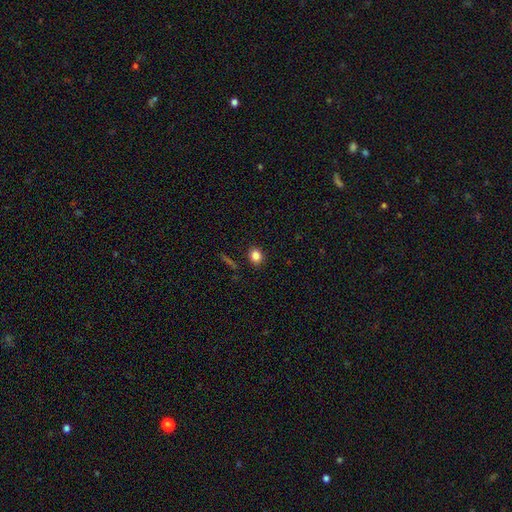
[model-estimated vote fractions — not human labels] smooth-or-featured: smooth: 84% | star or artifact: 11% | featured or disk: 5%
  how-rounded: round: 59% | in between: 40% | cigar-shaped: 2%
  merging: none: 88% | minor disturbance: 8% | major disturbance: 2% | merger: 2%